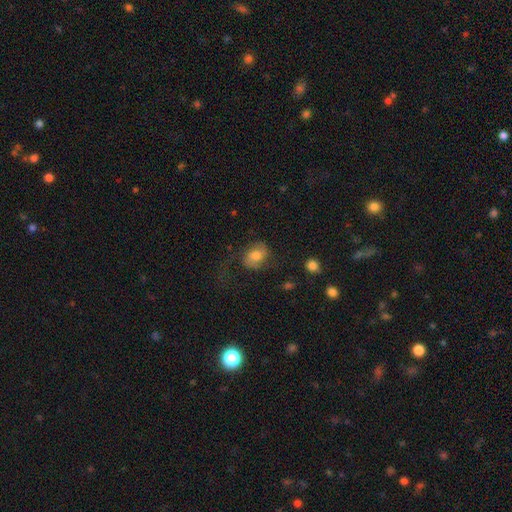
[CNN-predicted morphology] Smooth or featured?
  - smooth: 60% *
  - featured or disk: 30%
  - star or artifact: 9%
How rounded?
  - in between: 61% *
  - round: 38%
  - cigar-shaped: 1%
Merging?
  - none: 52% *
  - major disturbance: 24%
  - minor disturbance: 22%
  - merger: 2%